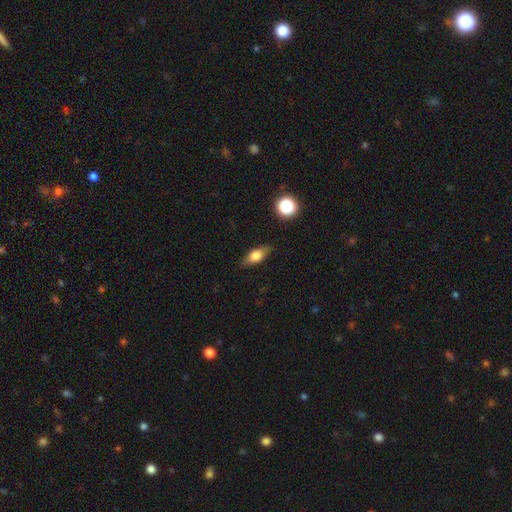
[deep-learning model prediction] This is likely a smooth galaxy (67%). How rounded: likely in between (73%). Merging: clearly none (83%).